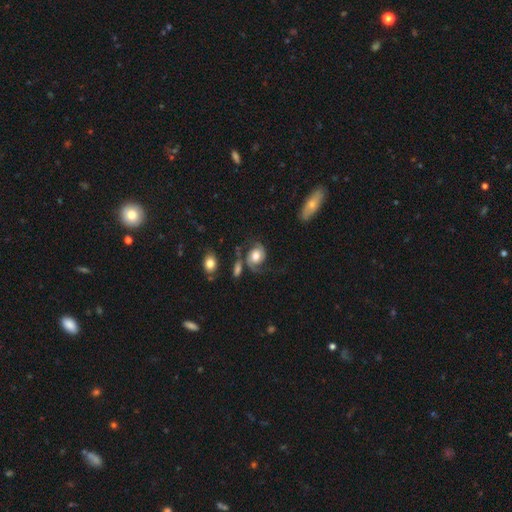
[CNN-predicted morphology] The model was most divided on "spiral winding": medium: 45%, loose: 30%, tight: 25%. More confident: edge-on disk — no (97%); spiral arms — yes (90%); spiral arm count — 2 (83%); bar — no (73%); smooth or featured — featured or disk (68%); bulge size — moderate (61%); merging — none (53%).